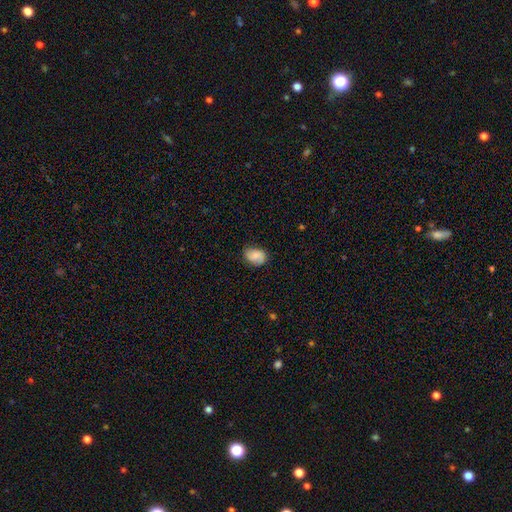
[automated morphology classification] type=smooth (66%); roundness=in between (71%); merging=none (72%).